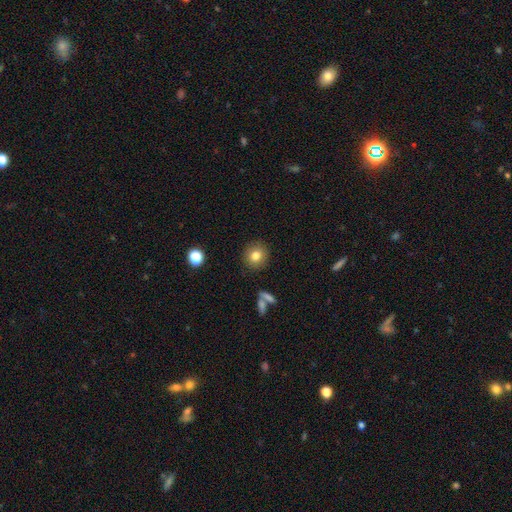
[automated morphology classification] type=smooth (80%); roundness=round (86%); merging=none (89%).